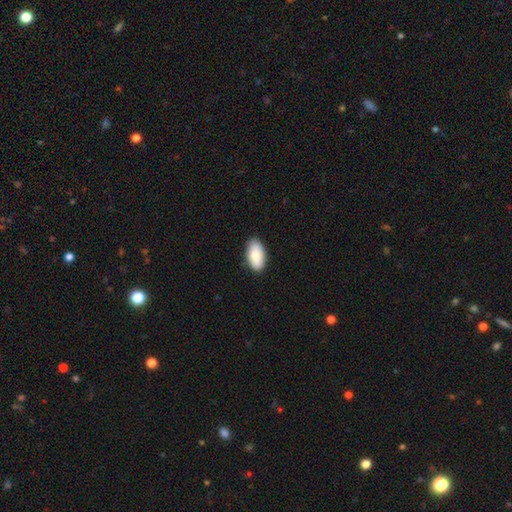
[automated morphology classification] The model was most divided on "merging": none: 85%, minor disturbance: 12%, major disturbance: 2%, merger: 1%. More confident: how rounded — in between (94%); smooth or featured — smooth (88%).